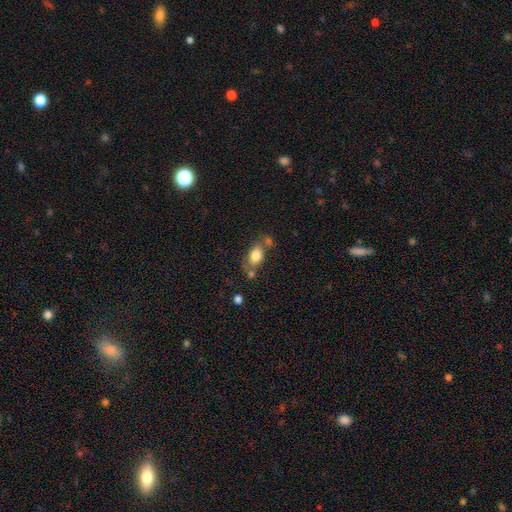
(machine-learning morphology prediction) smooth-or-featured: smooth: 78% | featured or disk: 13% | star or artifact: 9%
  how-rounded: in between: 81% | round: 17% | cigar-shaped: 3%
  merging: none: 52% | merger: 23% | minor disturbance: 18% | major disturbance: 7%